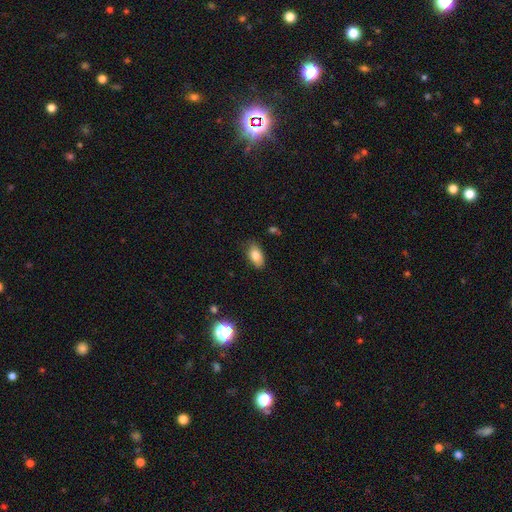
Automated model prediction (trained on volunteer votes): A smooth galaxy with no disk features (83%) that is in between round and cigar-shaped (91%). Merging: none (80%).